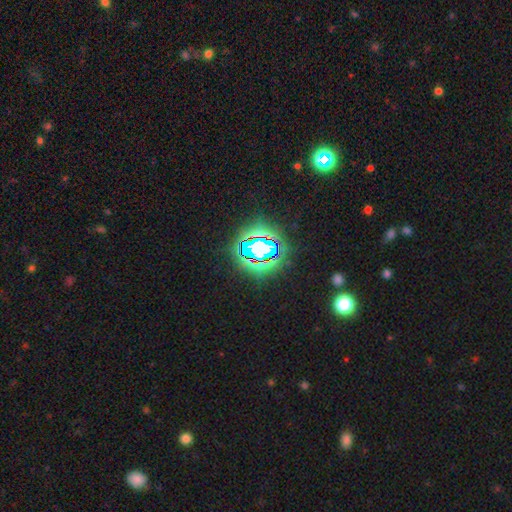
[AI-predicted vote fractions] This is likely a star or artifact rather than a galaxy (78%).